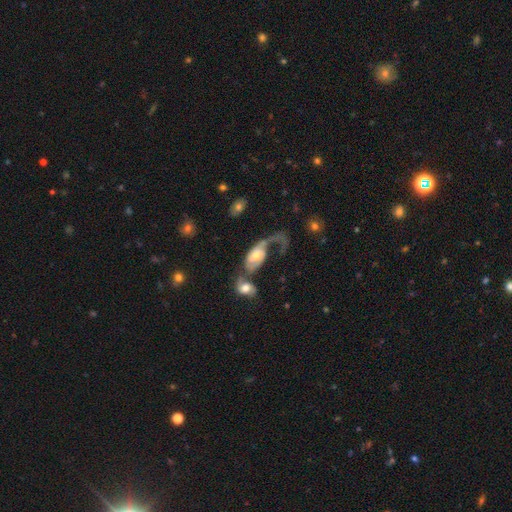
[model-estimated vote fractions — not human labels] smooth_or_featured: featured or disk (p=0.65) [alt: smooth p=0.28]
disk_edge_on: no (p=0.94) [alt: yes p=0.06]
bar: no (p=0.69) [alt: weak p=0.24]
has_spiral_arms: yes (p=0.75) [alt: no p=0.25]
bulge_size: moderate (p=0.52) [alt: small p=0.35]
merging: major disturbance (p=0.39) [alt: merger p=0.35]